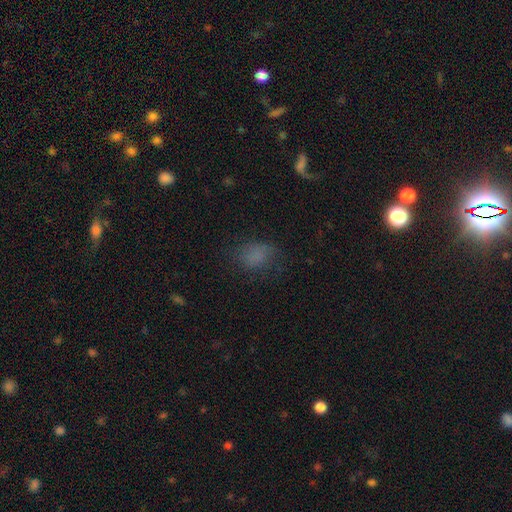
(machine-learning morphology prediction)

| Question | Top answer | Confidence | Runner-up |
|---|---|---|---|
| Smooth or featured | smooth | 71% | star or artifact (16%) |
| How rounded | in between | 70% | round (28%) |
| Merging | none | 59% | minor disturbance (22%) |